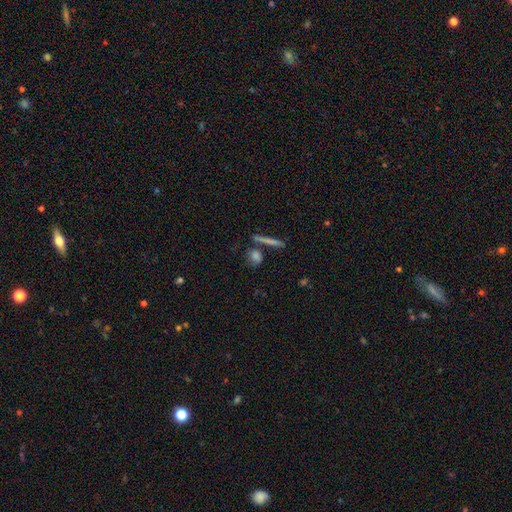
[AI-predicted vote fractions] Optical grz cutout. It shows a smooth galaxy with no disk features (77%) that is round (44%). Merging: none (71%).